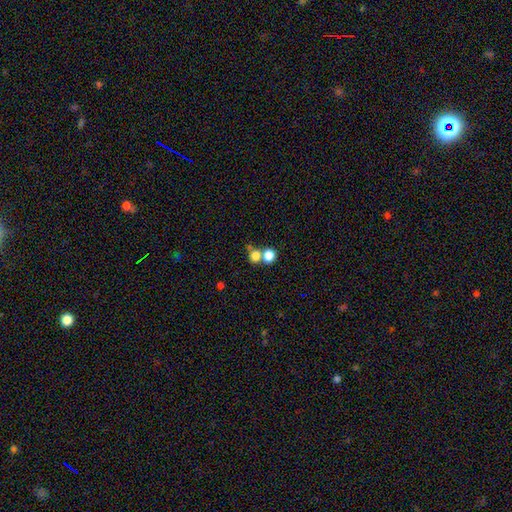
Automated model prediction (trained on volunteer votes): smooth-or-featured: smooth: 79% | star or artifact: 12% | featured or disk: 9%
  how-rounded: round: 73% | in between: 26% | cigar-shaped: 1%
  merging: merger: 48% | none: 41% | minor disturbance: 7% | major disturbance: 4%